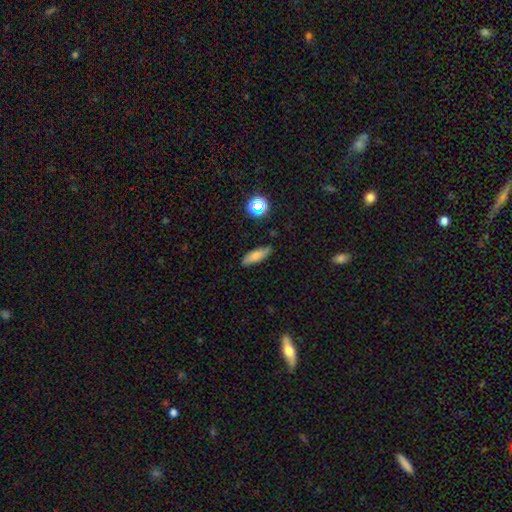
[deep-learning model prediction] This is likely a smooth galaxy (76%). How rounded: possibly in between (52%). Merging: clearly none (84%).